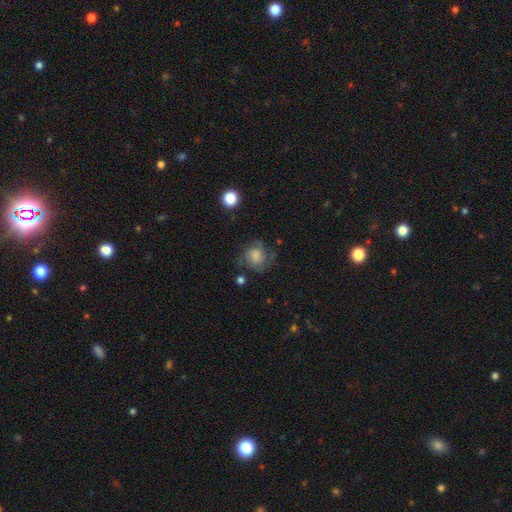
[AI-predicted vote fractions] Overall: smooth (56%; featured or disk 34%). How rounded: round (79%). Merging: none (61%; minor disturbance 22%).